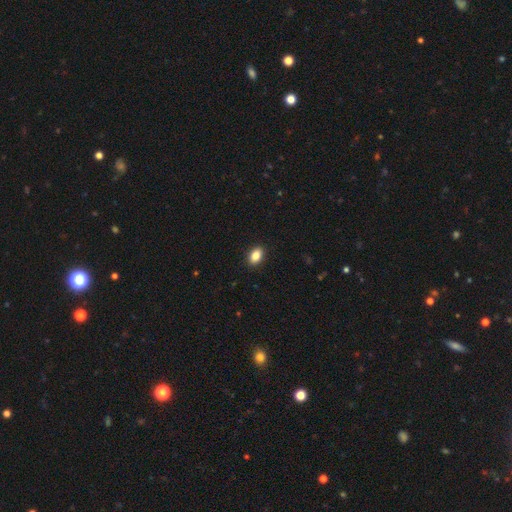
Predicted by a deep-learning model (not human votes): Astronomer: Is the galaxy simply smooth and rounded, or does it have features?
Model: smooth — 87%.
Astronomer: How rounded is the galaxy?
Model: in between — 86%.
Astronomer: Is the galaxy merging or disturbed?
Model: none — 91%.